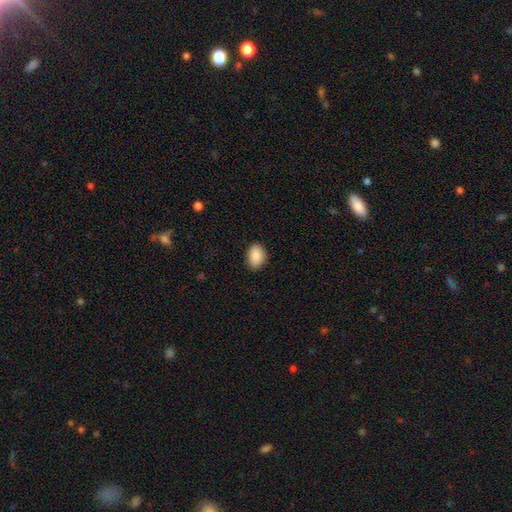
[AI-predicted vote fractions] Q: Smooth or featured?
A: smooth (89%); runner-up: star or artifact (7%)
Q: How rounded?
A: in between (76%); runner-up: round (23%)
Q: Merging?
A: none (87%); runner-up: minor disturbance (10%)